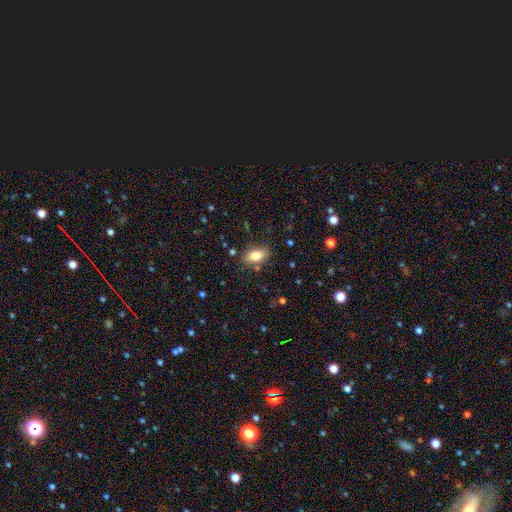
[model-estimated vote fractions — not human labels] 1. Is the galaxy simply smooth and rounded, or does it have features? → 80% smooth, 12% featured or disk, 8% star or artifact.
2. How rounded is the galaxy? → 89% in between, 7% round, 4% cigar-shaped.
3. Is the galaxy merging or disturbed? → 81% none, 13% minor disturbance, 3% major disturbance, 3% merger.